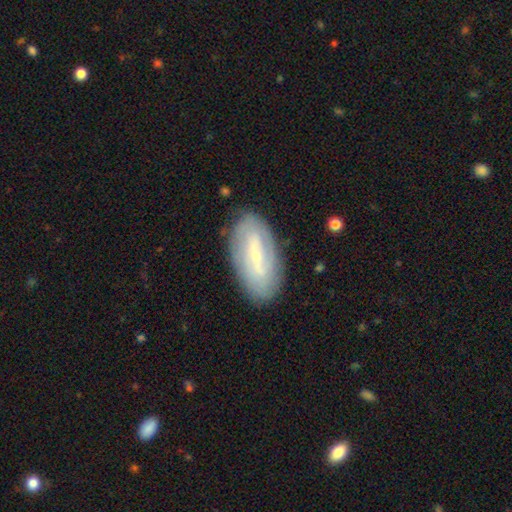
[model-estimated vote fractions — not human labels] Q: Smooth or featured?
A: featured or disk (62%); runner-up: smooth (32%)
Q: Edge-on disk?
A: no (89%); runner-up: yes (11%)
Q: Bar?
A: weak (40%); runner-up: strong (38%)
Q: Spiral arms?
A: yes (60%); runner-up: no (40%)
Q: Bulge size?
A: small (74%); runner-up: moderate (21%)
Q: Merging?
A: none (83%); runner-up: minor disturbance (12%)